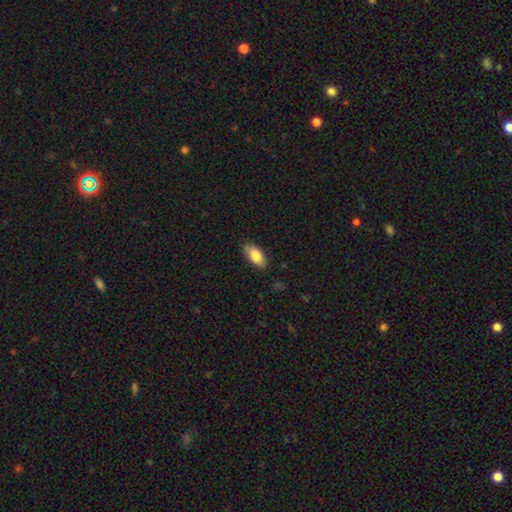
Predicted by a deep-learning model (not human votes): Smooth or featured: smooth — 81% (featured or disk — 12%)
How rounded: in between — 89% (cigar-shaped — 8%)
Merging: none — 83% (minor disturbance — 13%)